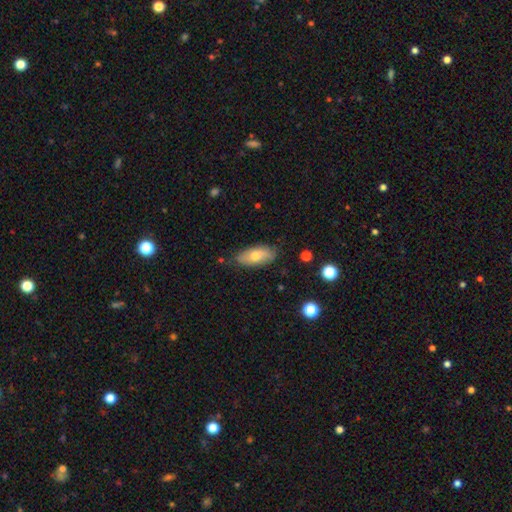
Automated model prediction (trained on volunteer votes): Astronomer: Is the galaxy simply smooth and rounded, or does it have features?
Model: smooth — 69%.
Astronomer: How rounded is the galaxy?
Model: in between — 85%.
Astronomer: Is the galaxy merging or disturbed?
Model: none — 78%.